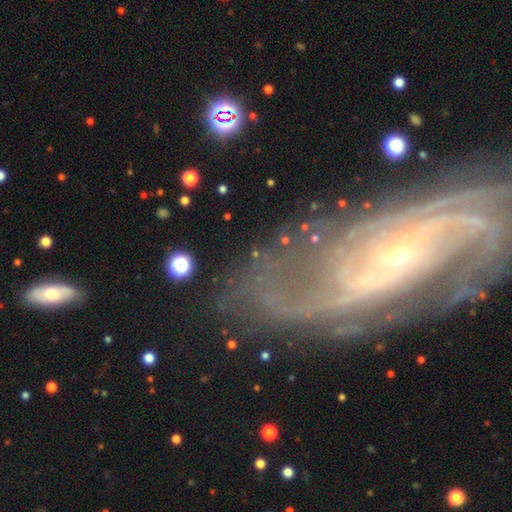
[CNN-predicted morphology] Q: Smooth or featured?
A: featured or disk (50%); runner-up: smooth (25%)
Q: Edge-on disk?
A: no (86%); runner-up: yes (14%)
Q: Merging?
A: none (73%); runner-up: minor disturbance (12%)